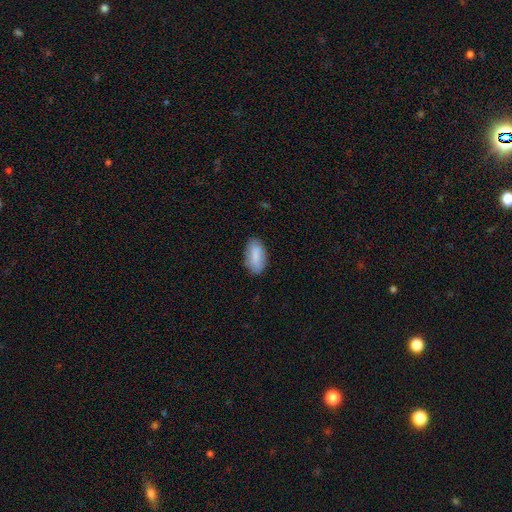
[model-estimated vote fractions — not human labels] Smooth or featured?
  - smooth: 82% *
  - featured or disk: 11%
  - star or artifact: 7%
How rounded?
  - in between: 93% *
  - cigar-shaped: 3%
  - round: 3%
Merging?
  - none: 79% *
  - minor disturbance: 16%
  - major disturbance: 3%
  - merger: 1%